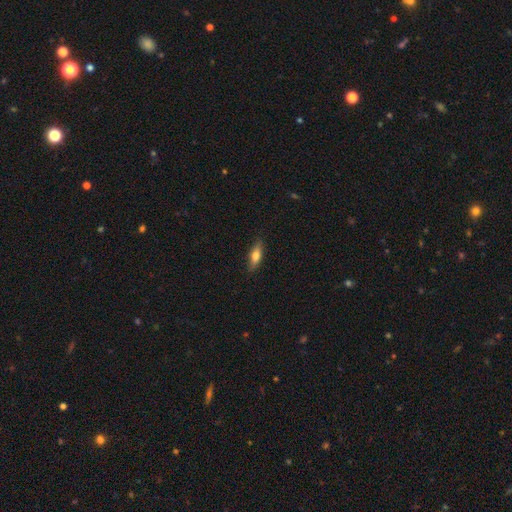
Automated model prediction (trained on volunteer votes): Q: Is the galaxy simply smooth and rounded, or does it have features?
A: smooth — 67%.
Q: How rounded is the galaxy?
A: in between — 49%.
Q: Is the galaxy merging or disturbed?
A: none — 86%.